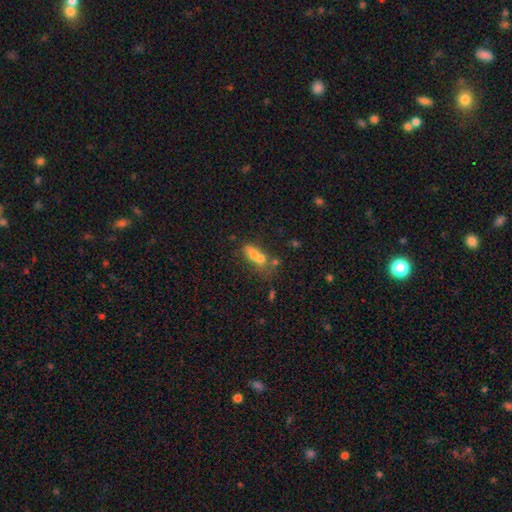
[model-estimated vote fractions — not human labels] Smooth or featured? Predicted: smooth (p=0.61). How rounded? Predicted: in between (p=0.63). Merging? Predicted: merger (p=0.61).